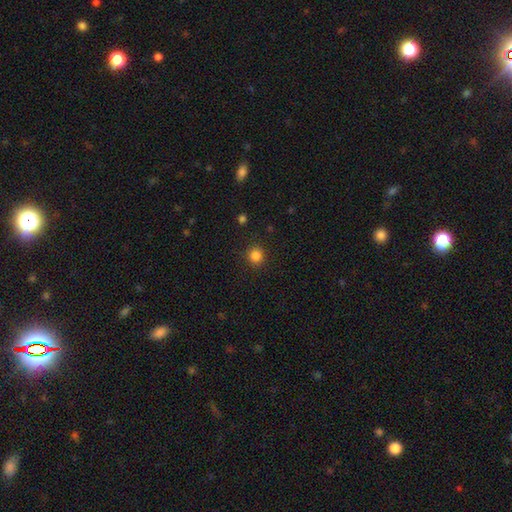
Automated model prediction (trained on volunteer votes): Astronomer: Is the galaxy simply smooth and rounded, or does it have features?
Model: smooth — 85%.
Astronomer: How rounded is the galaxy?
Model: round — 91%.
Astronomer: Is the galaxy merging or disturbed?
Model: none — 91%.